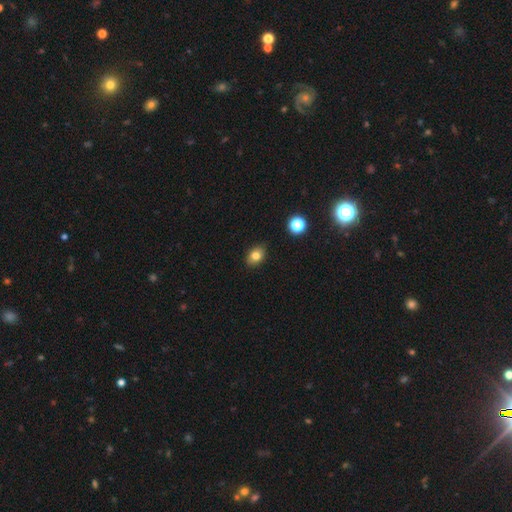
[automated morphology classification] Smooth or featured: smooth — 80% (star or artifact — 11%)
How rounded: in between — 71% (round — 28%)
Merging: none — 87% (minor disturbance — 9%)